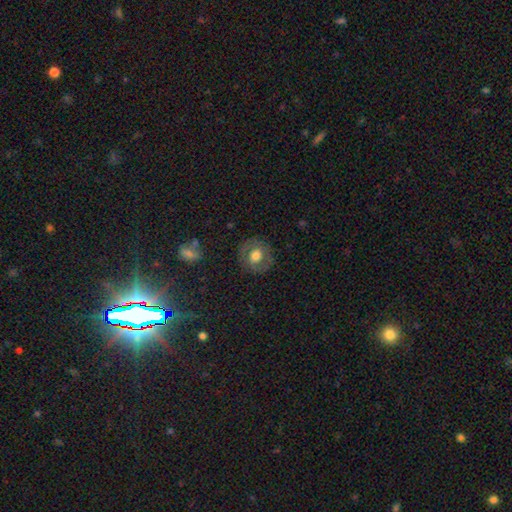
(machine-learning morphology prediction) smooth-or-featured: smooth: 59% | featured or disk: 33% | star or artifact: 9%
  how-rounded: round: 83% | in between: 16% | cigar-shaped: 1%
  merging: none: 83% | minor disturbance: 11% | major disturbance: 5% | merger: 1%